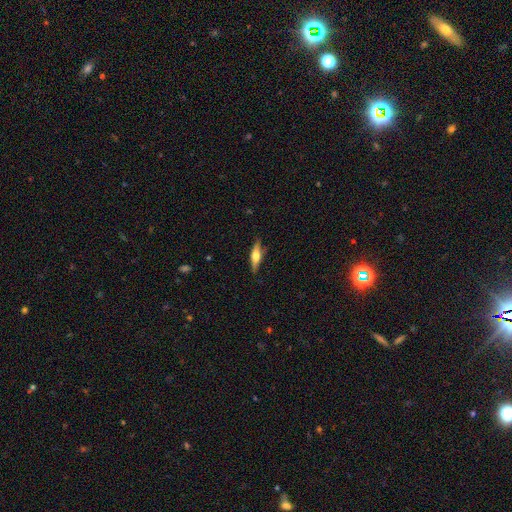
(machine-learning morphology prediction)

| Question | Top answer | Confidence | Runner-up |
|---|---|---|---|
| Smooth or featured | featured or disk | 54% | smooth (40%) |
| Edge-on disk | yes | 94% | no (6%) |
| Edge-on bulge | rounded | 84% | boxy (12%) |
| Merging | none | 83% | minor disturbance (13%) |